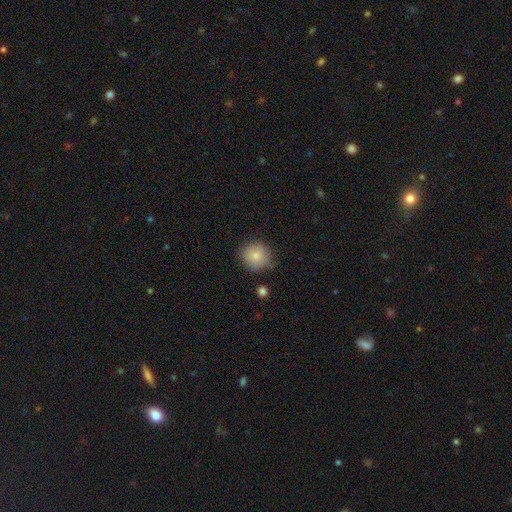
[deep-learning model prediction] Smooth or featured?
  - smooth: 83% *
  - featured or disk: 9%
  - star or artifact: 9%
How rounded?
  - round: 87% *
  - in between: 12%
  - cigar-shaped: 1%
Merging?
  - none: 76% *
  - minor disturbance: 17%
  - major disturbance: 4%
  - merger: 3%